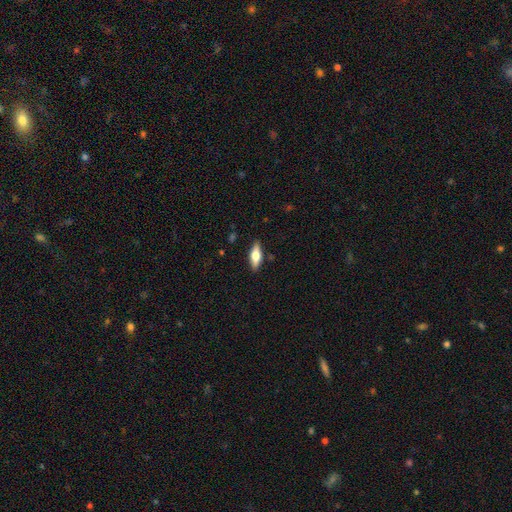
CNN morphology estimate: smooth-or-featured: smooth: 52% | featured or disk: 42% | star or artifact: 6%
  how-rounded: in between: 65% | cigar-shaped: 32% | round: 3%
  merging: none: 87% | minor disturbance: 9% | major disturbance: 2% | merger: 1%